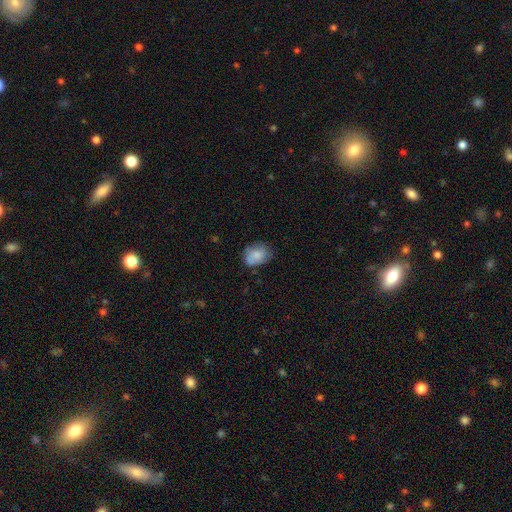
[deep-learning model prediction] smooth 77%, featured or disk 15%, star or artifact 8%. Down the decision tree: how rounded — in between (68%); merging — none (62%).